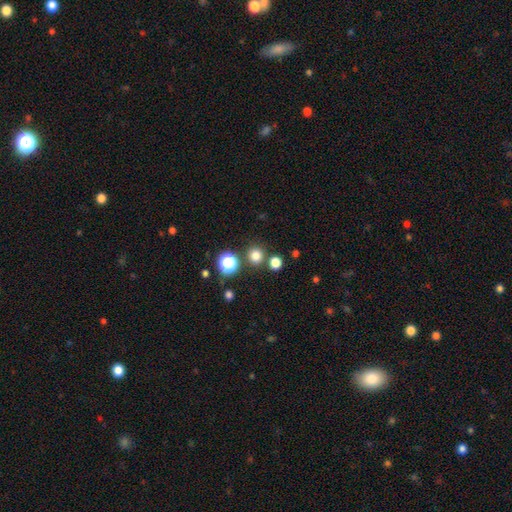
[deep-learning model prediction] The model was most divided on "smooth or featured": smooth: 77%, star or artifact: 19%, featured or disk: 5%. More confident: how rounded — round (91%); merging — none (81%).